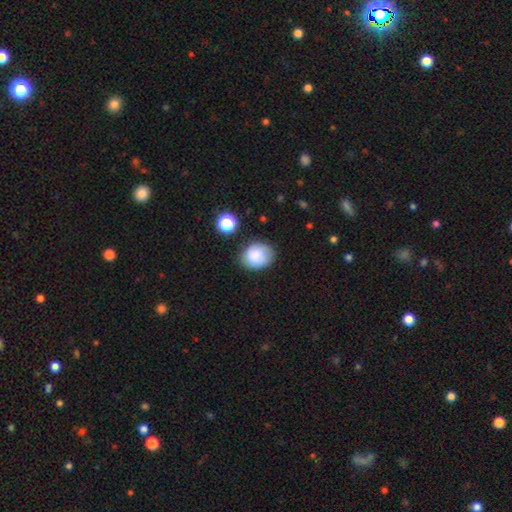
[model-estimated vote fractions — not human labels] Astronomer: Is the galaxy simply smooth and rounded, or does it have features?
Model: smooth — 84%.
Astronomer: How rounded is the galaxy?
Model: round — 53% (runner-up: in between, 46%).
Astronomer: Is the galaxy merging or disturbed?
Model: none — 75%.